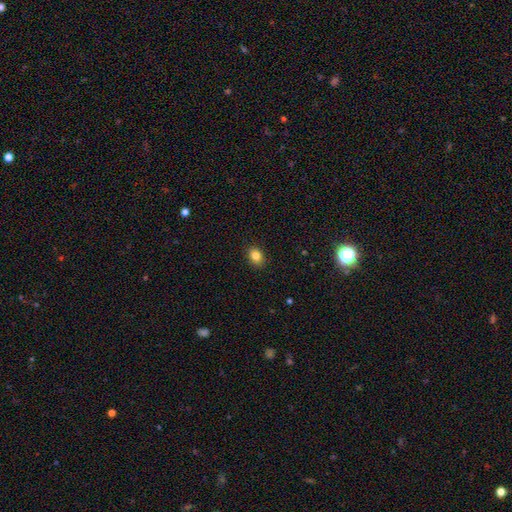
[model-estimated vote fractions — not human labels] smooth 84%, star or artifact 10%, featured or disk 6%. Down the decision tree: how rounded — in between (64%); merging — none (89%).